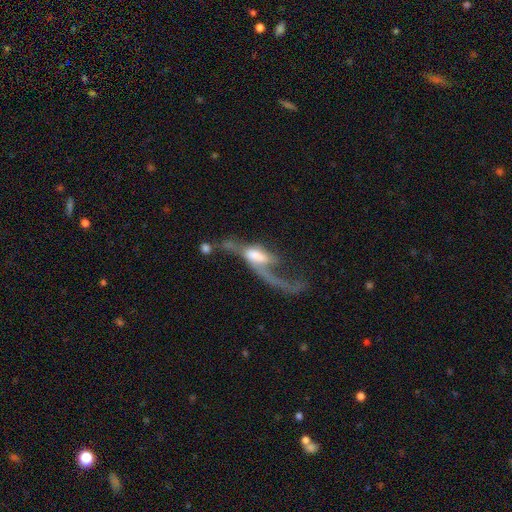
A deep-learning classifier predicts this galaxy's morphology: This appears to be a featured or disk galaxy (69%) with no bar (49%), spiral arms (73%) and a moderate central bulge (36%). Merging: major disturbance (48%).